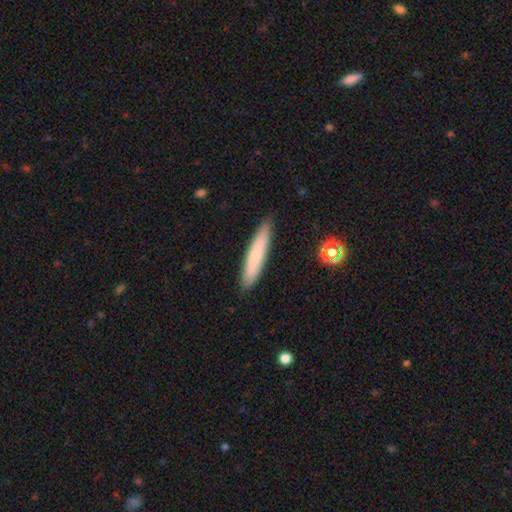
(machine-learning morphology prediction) smooth-or-featured: smooth: 76% | featured or disk: 18% | star or artifact: 6%
  how-rounded: cigar-shaped: 91% | in between: 8% | round: 1%
  merging: none: 89% | minor disturbance: 8% | major disturbance: 2% | merger: 1%